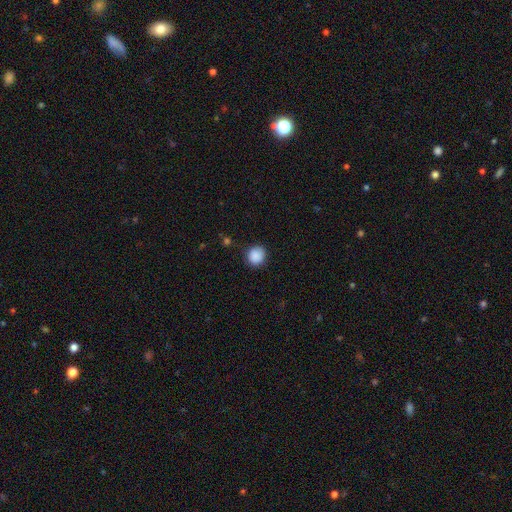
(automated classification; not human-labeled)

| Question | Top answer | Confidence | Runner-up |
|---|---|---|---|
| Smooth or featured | smooth | 88% | star or artifact (9%) |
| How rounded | round | 85% | in between (14%) |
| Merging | none | 86% | minor disturbance (10%) |